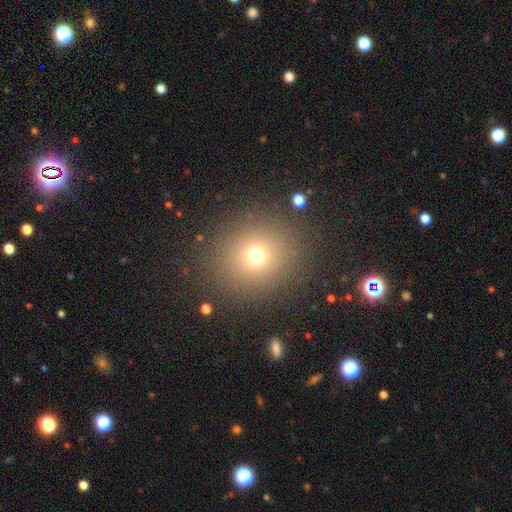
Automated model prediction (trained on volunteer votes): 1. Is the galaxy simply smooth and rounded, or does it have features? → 71% smooth, 20% star or artifact, 9% featured or disk.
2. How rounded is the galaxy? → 90% round, 9% in between, 1% cigar-shaped.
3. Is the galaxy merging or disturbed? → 87% none, 7% minor disturbance, 4% major disturbance, 2% merger.